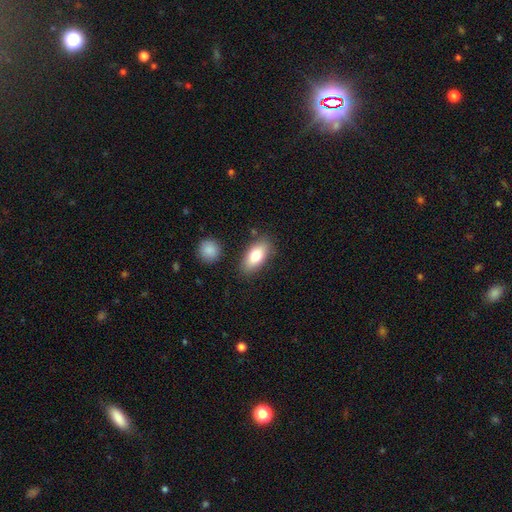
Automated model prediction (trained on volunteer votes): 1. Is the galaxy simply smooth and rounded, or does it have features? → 79% smooth, 14% featured or disk, 7% star or artifact.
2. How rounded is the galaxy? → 88% in between, 9% cigar-shaped, 4% round.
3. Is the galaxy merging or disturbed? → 82% none, 12% minor disturbance, 4% merger, 3% major disturbance.